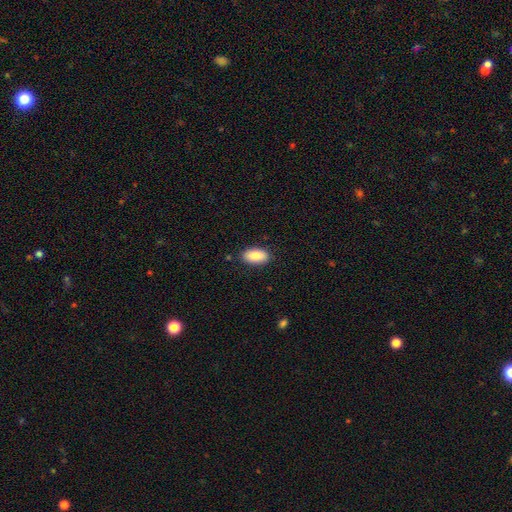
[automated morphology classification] Smooth or featured? Predicted: smooth (p=0.87). How rounded? Predicted: in between (p=0.92). Merging? Predicted: none (p=0.88).